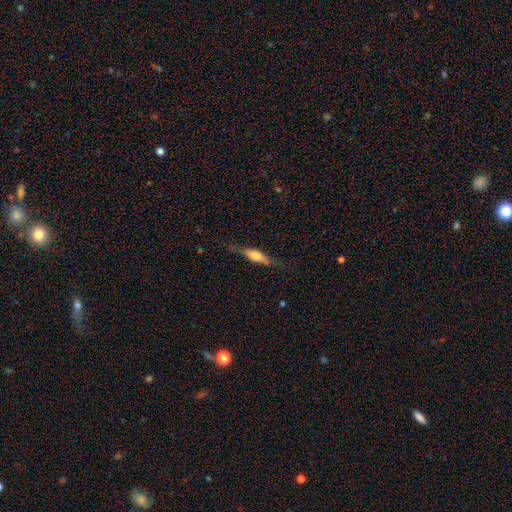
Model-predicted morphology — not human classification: smooth_or_featured: smooth (p=0.56) [alt: featured or disk p=0.38]
how_rounded: cigar-shaped (p=0.58) [alt: in between p=0.39]
merging: none (p=0.71) [alt: minor disturbance p=0.20]